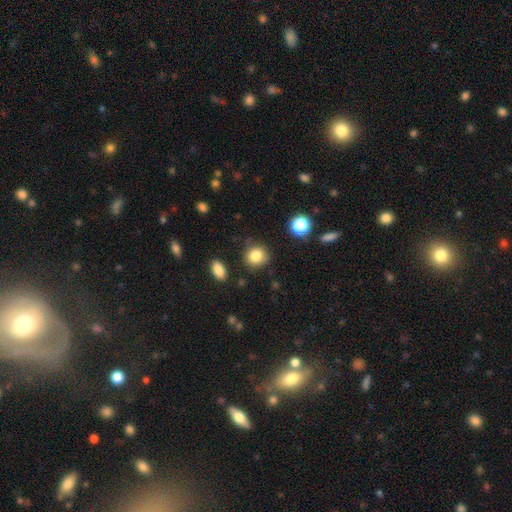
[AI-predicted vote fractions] The model was most divided on "how rounded": round: 81%, in between: 18%, cigar-shaped: 1%. More confident: smooth or featured — smooth (83%); merging — none (80%).